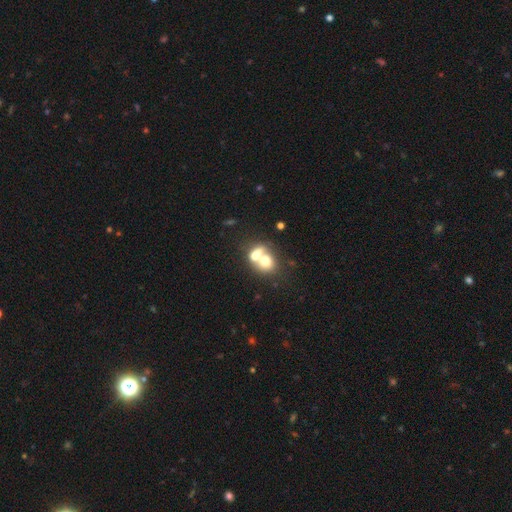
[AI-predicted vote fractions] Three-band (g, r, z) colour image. It shows a smooth galaxy with no disk features (66%) that is round (52%). Merging: merger (70%).